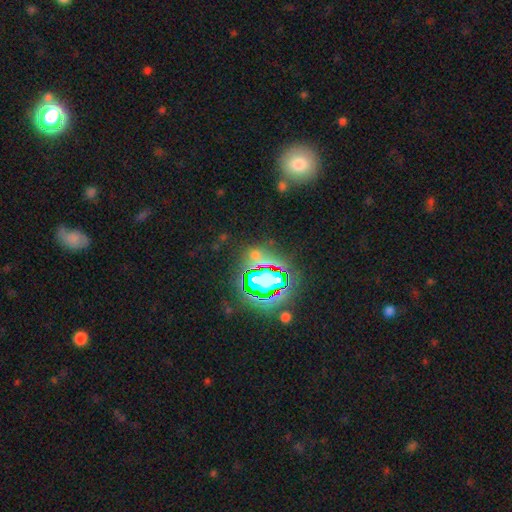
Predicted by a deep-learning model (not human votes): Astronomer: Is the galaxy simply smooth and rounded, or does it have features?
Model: star or artifact — 67%.